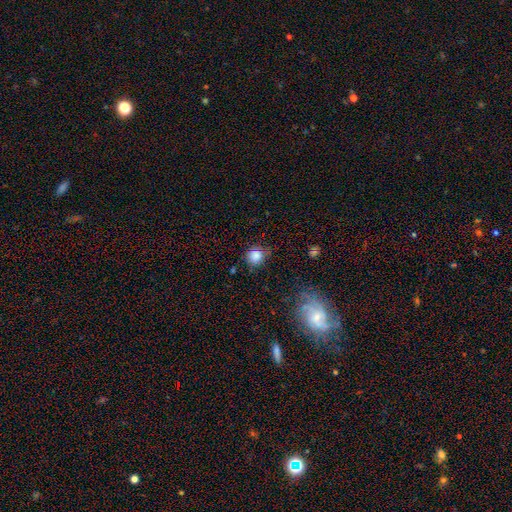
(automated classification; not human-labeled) A smooth galaxy with no disk features (82%) that is round (83%).

Vote fractions:
- Smooth or featured? smooth: 82% / star or artifact: 12% / featured or disk: 6%
- How rounded? round: 83% / in between: 16% / cigar-shaped: 1%
- Merging? none: 71% / minor disturbance: 21% / major disturbance: 6% / merger: 2%